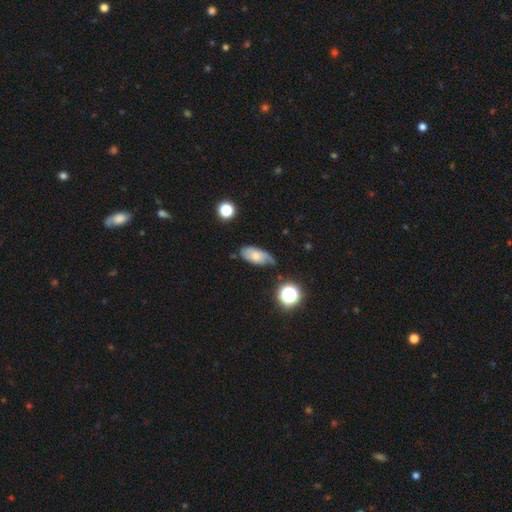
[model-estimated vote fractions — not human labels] Morphology: type=smooth (57%); roundness=in between (89%); merging=none (45%).